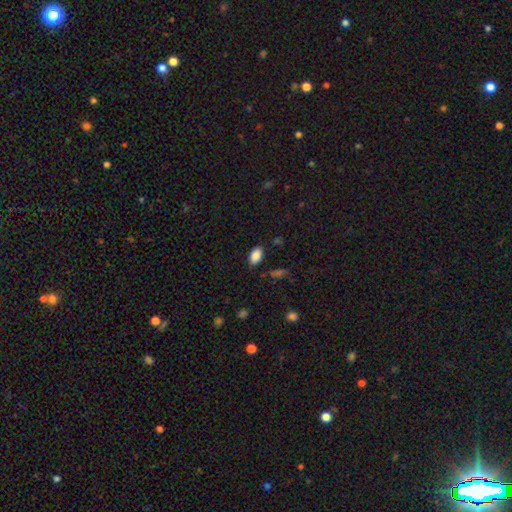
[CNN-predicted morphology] smooth_or_featured: smooth (p=0.87) [alt: star or artifact p=0.08]
how_rounded: in between (p=0.93) [alt: round p=0.05]
merging: none (p=0.82) [alt: minor disturbance p=0.13]